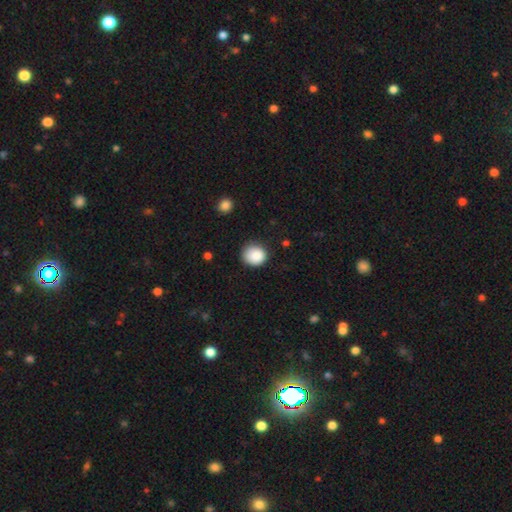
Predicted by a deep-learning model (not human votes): This is clearly a smooth galaxy (88%). How rounded: clearly round (85%). Merging: likely none (80%).